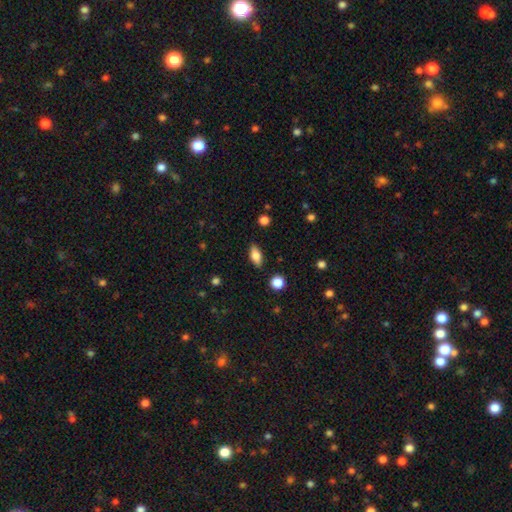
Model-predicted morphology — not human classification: A smooth galaxy with no disk features (77%) that is in between round and cigar-shaped (84%).

Vote fractions:
- Smooth or featured? smooth: 77% / featured or disk: 15% / star or artifact: 8%
- How rounded? in between: 84% / cigar-shaped: 11% / round: 5%
- Merging? none: 86% / minor disturbance: 10% / major disturbance: 2% / merger: 2%